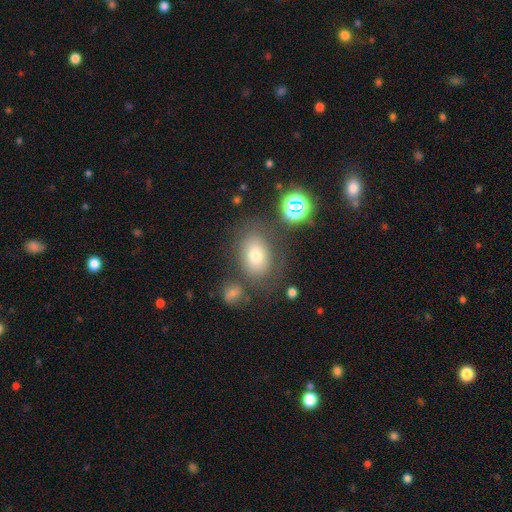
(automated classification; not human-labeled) A smooth galaxy with no disk features (72%) that is in between round and cigar-shaped (71%). Merging: none (69%).